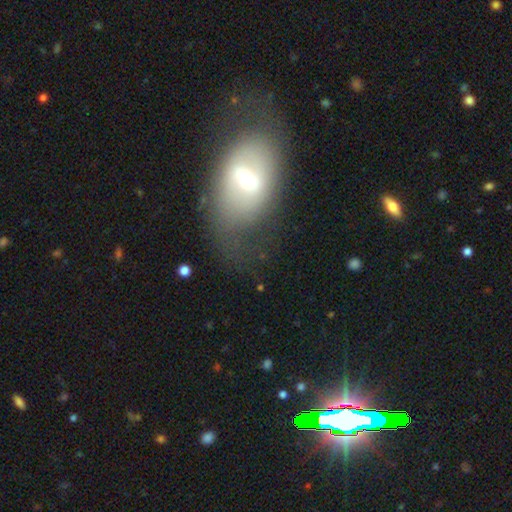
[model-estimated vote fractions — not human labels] smooth_or_featured: featured or disk (p=0.43) [alt: smooth p=0.36]
merging: none (p=0.62) [alt: minor disturbance p=0.20]